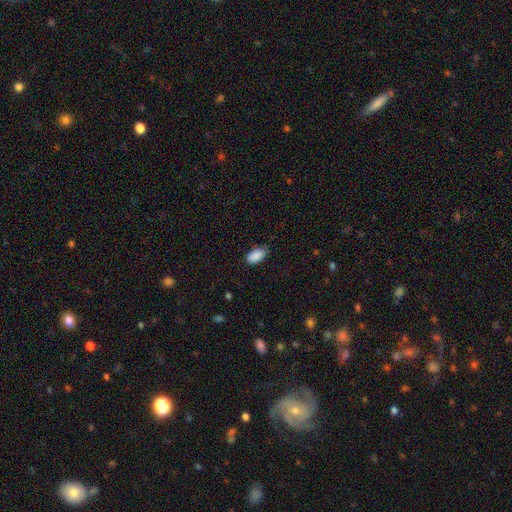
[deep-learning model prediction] Smooth or featured: smooth — 89% (star or artifact — 7%)
How rounded: in between — 94% (round — 3%)
Merging: none — 76% (minor disturbance — 19%)